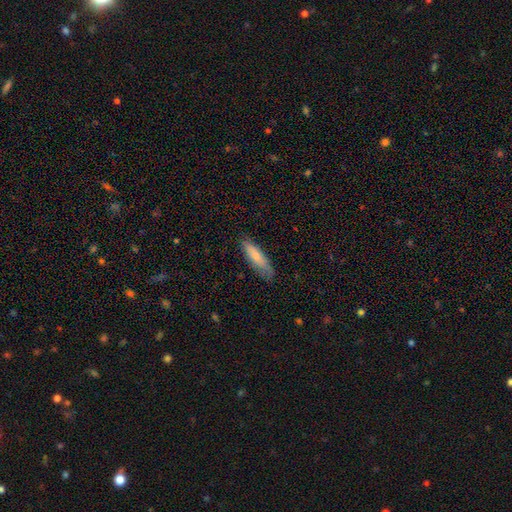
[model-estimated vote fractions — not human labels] Smooth or featured? smooth (78%)
How rounded? cigar-shaped (66%)
Merging? none (77%)